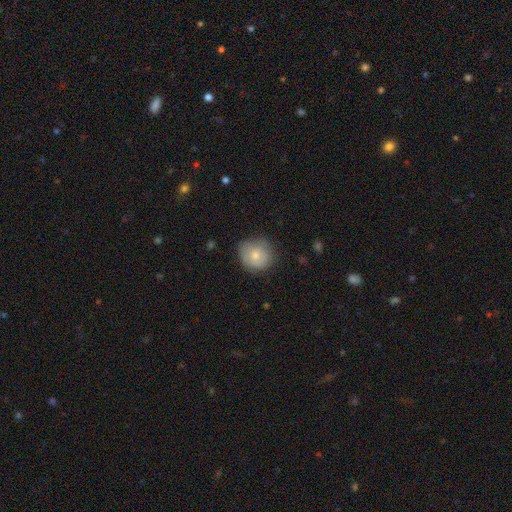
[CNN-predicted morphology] Smooth or featured? smooth (74%)
How rounded? round (87%)
Merging? none (71%)